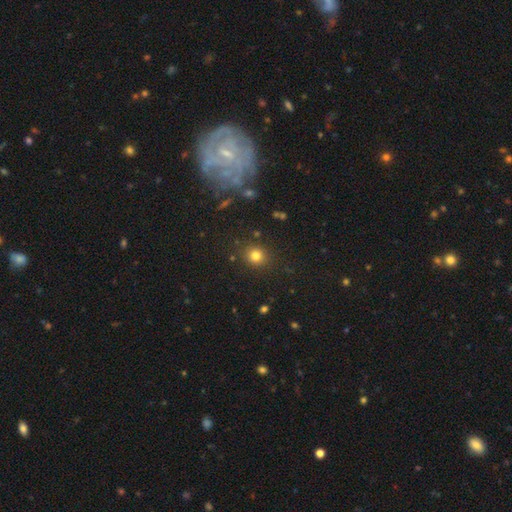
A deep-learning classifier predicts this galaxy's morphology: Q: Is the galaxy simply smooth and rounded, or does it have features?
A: smooth — 79%.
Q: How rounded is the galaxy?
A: round — 84%.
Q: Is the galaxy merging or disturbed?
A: none — 87%.